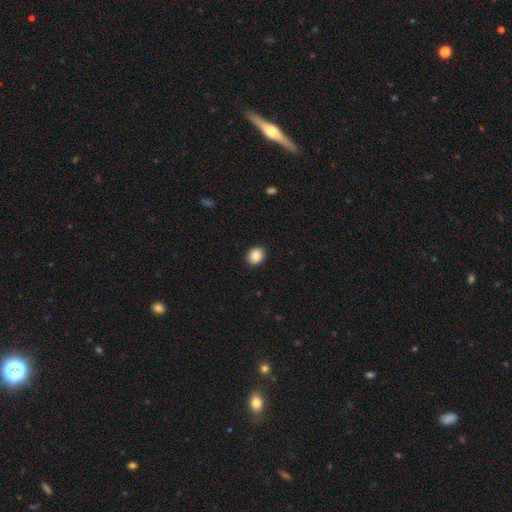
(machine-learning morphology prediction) Smooth or featured: smooth — 88% (star or artifact — 8%)
How rounded: round — 62% (in between — 37%)
Merging: none — 91% (minor disturbance — 6%)